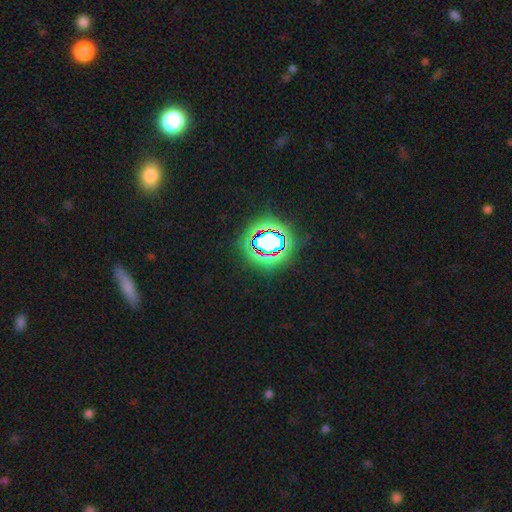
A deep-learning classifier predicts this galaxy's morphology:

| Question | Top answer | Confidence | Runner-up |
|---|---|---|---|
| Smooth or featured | star or artifact | 76% | smooth (15%) |